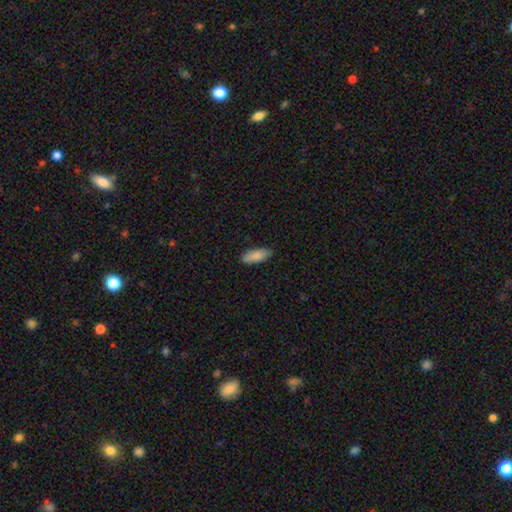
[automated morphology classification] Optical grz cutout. It shows a smooth galaxy with no disk features (87%) that is in between round and cigar-shaped (72%). Merging: none (86%).